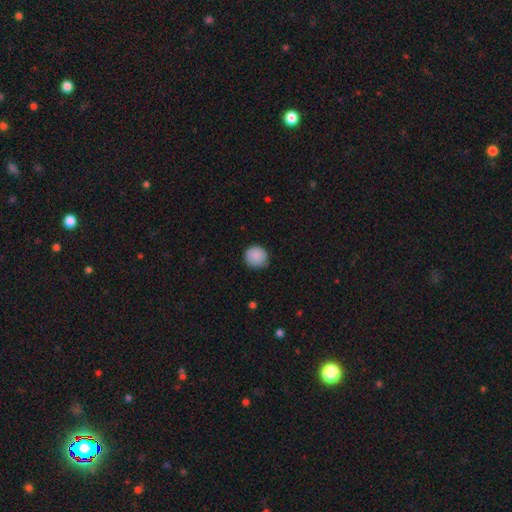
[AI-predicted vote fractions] Overall: smooth (88%). How rounded: round (90%). Merging: none (83%).